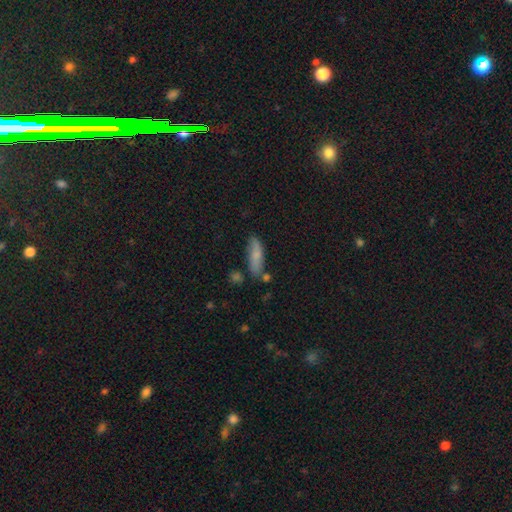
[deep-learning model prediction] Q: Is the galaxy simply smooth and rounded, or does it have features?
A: smooth — 73%.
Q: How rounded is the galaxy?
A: cigar-shaped — 54%.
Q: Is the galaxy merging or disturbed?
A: none — 70%.